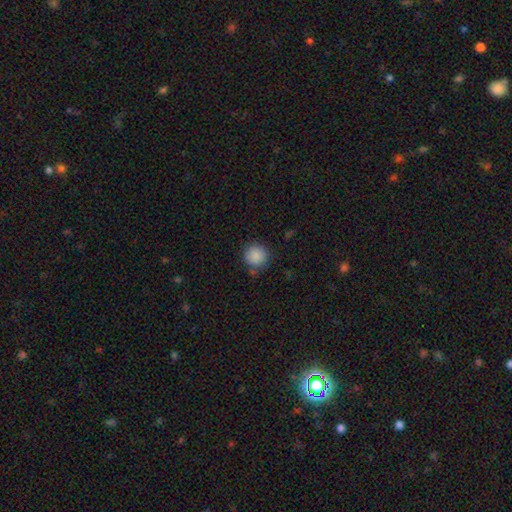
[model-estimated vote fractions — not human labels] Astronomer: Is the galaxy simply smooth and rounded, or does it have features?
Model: smooth — 88%.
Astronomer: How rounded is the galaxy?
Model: round — 93%.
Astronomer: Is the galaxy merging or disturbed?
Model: none — 80%.